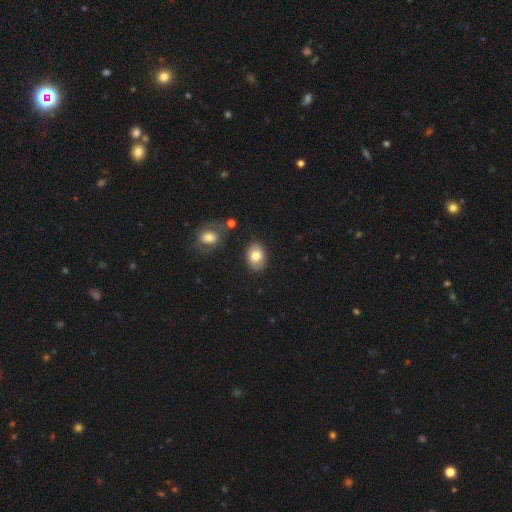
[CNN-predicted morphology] Q: Smooth or featured?
A: smooth (78%); runner-up: featured or disk (15%)
Q: How rounded?
A: in between (76%); runner-up: round (23%)
Q: Merging?
A: none (83%); runner-up: minor disturbance (11%)